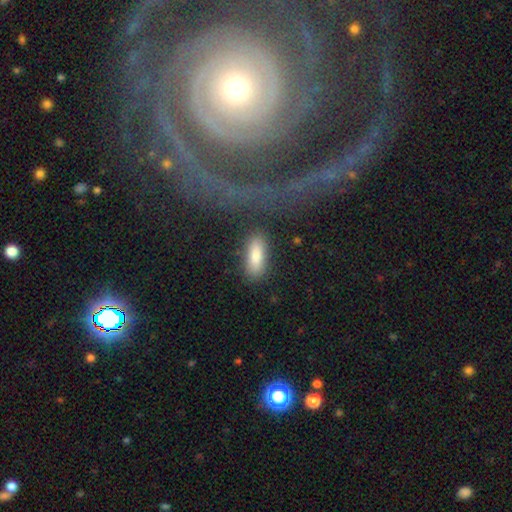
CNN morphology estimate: type=smooth (77%); roundness=in between (68%); merging=none (80%).